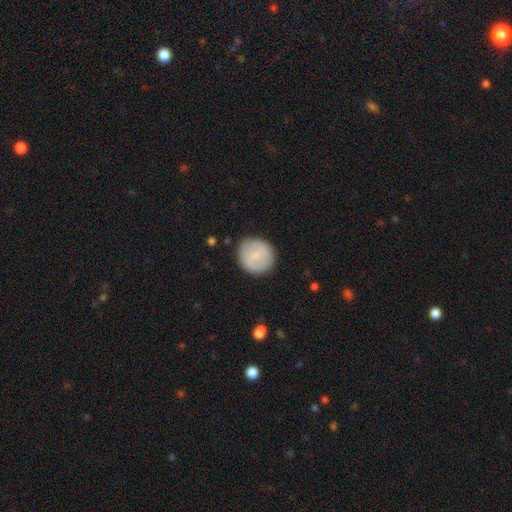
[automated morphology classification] smooth-or-featured: smooth: 72% | featured or disk: 22% | star or artifact: 6%
  how-rounded: round: 90% | in between: 9% | cigar-shaped: 1%
  merging: none: 87% | minor disturbance: 9% | major disturbance: 3% | merger: 1%